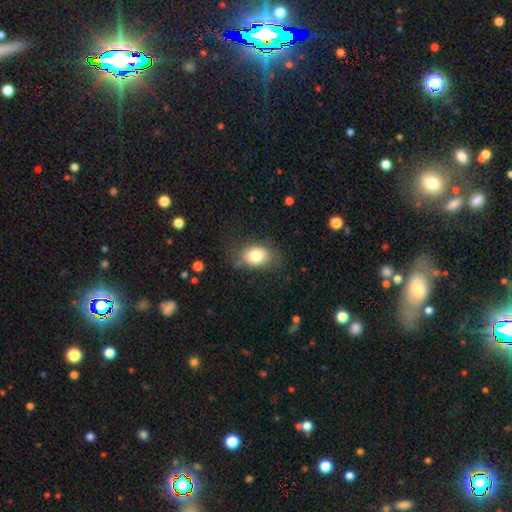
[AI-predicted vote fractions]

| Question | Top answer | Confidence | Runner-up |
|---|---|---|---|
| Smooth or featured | smooth | 78% | featured or disk (12%) |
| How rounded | in between | 67% | round (32%) |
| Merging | none | 70% | minor disturbance (20%) |